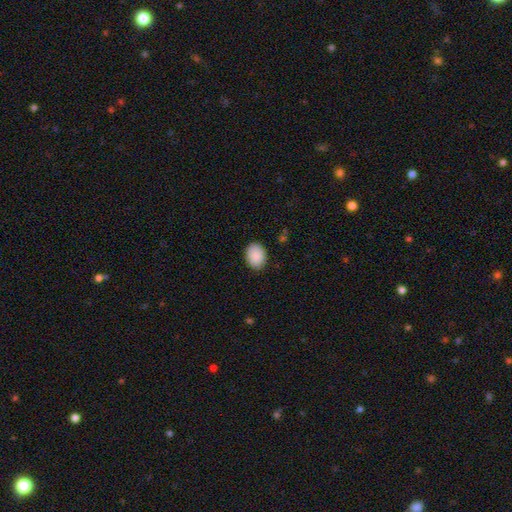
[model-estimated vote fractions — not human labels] smooth-or-featured: smooth: 90% | star or artifact: 7% | featured or disk: 3%
  how-rounded: in between: 68% | round: 31% | cigar-shaped: 1%
  merging: none: 85% | minor disturbance: 12% | major disturbance: 2% | merger: 1%